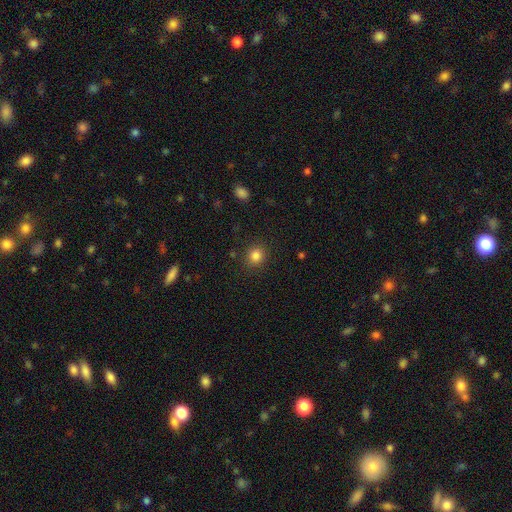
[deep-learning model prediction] smooth_or_featured: smooth (p=0.83) [alt: star or artifact p=0.12]
how_rounded: round (p=0.87) [alt: in between p=0.12]
merging: none (p=0.88) [alt: minor disturbance p=0.07]